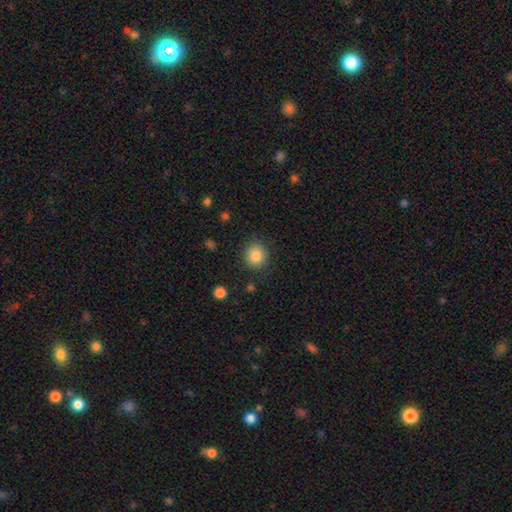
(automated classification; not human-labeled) Smooth or featured?
  - smooth: 85% *
  - star or artifact: 10%
  - featured or disk: 5%
How rounded?
  - round: 86% *
  - in between: 13%
  - cigar-shaped: 1%
Merging?
  - none: 87% *
  - minor disturbance: 9%
  - major disturbance: 3%
  - merger: 1%